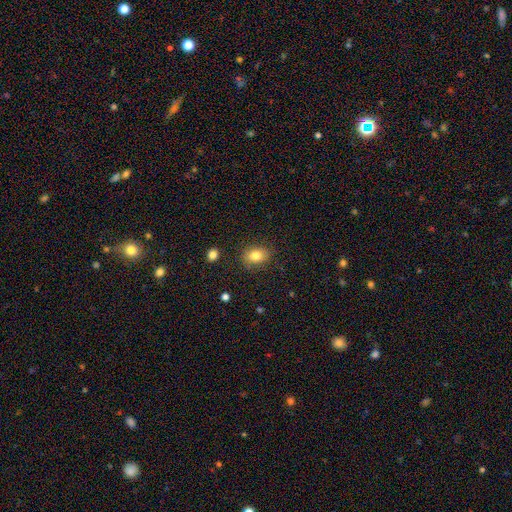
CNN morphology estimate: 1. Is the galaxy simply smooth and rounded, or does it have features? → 82% smooth, 9% star or artifact, 9% featured or disk.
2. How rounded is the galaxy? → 67% in between, 32% round, 1% cigar-shaped.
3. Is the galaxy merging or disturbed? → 84% none, 11% minor disturbance, 3% major disturbance, 2% merger.